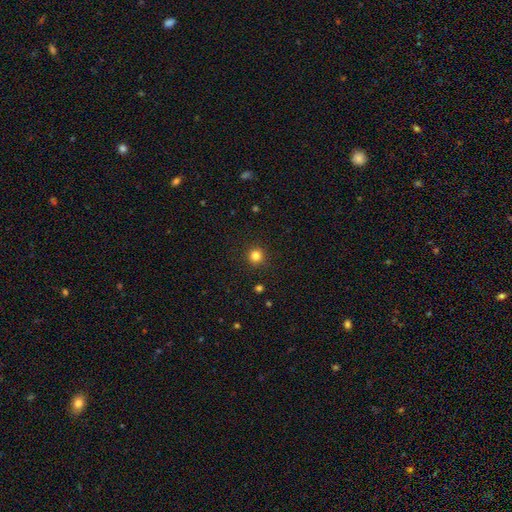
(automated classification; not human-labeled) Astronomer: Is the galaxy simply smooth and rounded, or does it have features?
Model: smooth — 82%.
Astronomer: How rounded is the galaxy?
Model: round — 95%.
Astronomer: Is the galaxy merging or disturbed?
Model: none — 92%.